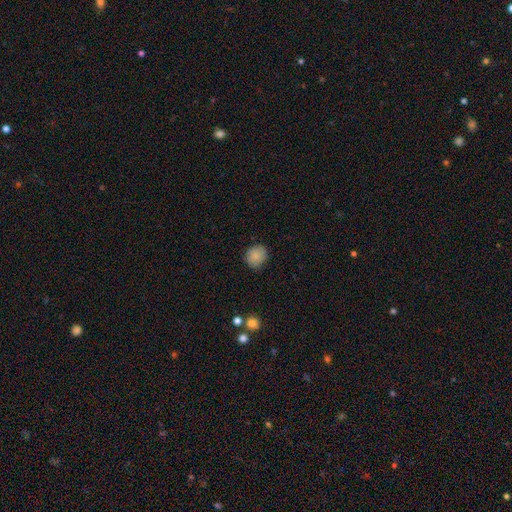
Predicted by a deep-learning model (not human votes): This is clearly a smooth galaxy (87%). How rounded: likely round (77%). Merging: clearly none (85%).